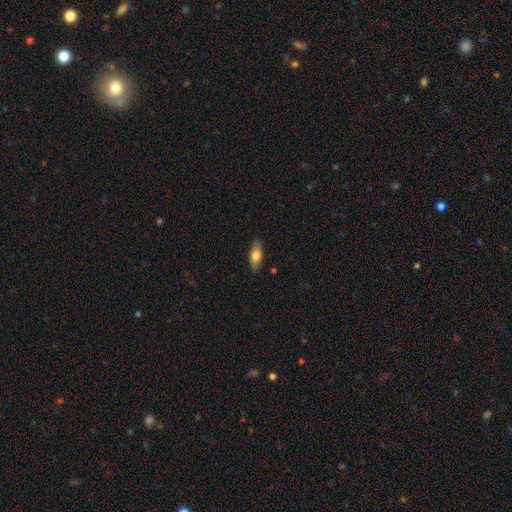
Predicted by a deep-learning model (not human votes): The model was most divided on "smooth or featured": smooth: 68%, featured or disk: 25%, star or artifact: 7%. More confident: merging — none (85%); how rounded — in between (75%).